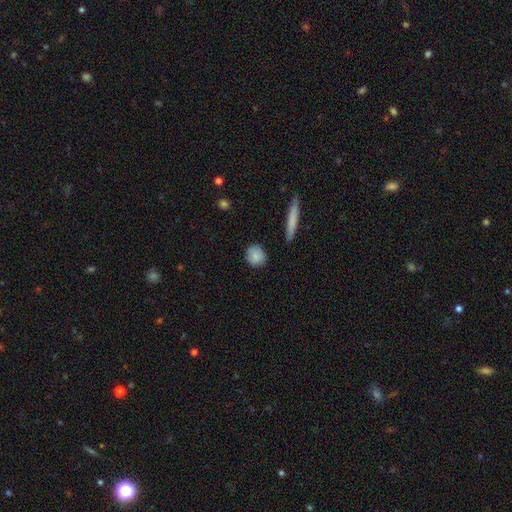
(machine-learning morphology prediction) smooth-or-featured: smooth: 84% | featured or disk: 9% | star or artifact: 7%
  how-rounded: round: 80% | in between: 18% | cigar-shaped: 3%
  merging: none: 83% | minor disturbance: 12% | major disturbance: 3% | merger: 2%